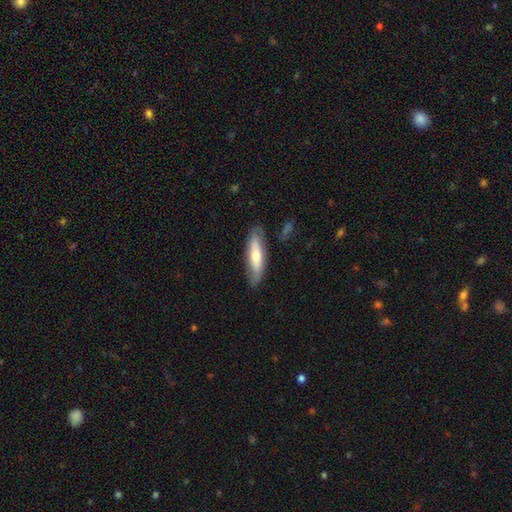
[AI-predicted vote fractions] Q: Smooth or featured?
A: smooth (56%); runner-up: featured or disk (38%)
Q: How rounded?
A: cigar-shaped (64%); runner-up: in between (34%)
Q: Merging?
A: none (78%); runner-up: minor disturbance (16%)